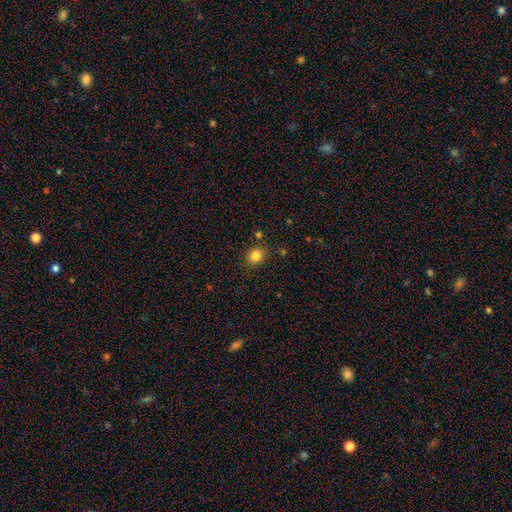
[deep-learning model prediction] Smooth or featured? Predicted: smooth (p=0.83). How rounded? Predicted: round (p=0.74). Merging? Predicted: none (p=0.84).